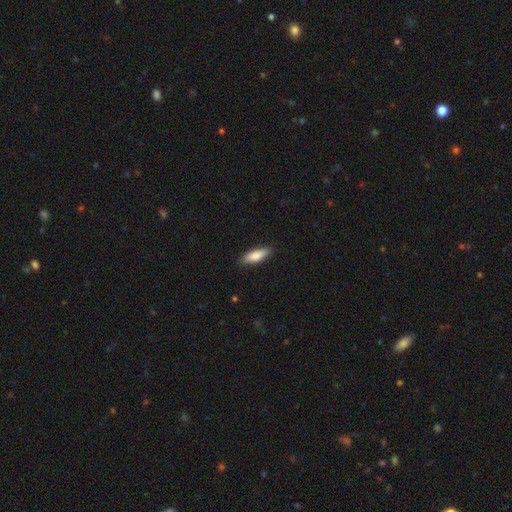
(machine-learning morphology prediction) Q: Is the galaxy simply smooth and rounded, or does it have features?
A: smooth — 82%.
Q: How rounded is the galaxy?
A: in between — 54%.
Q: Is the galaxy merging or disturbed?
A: none — 86%.